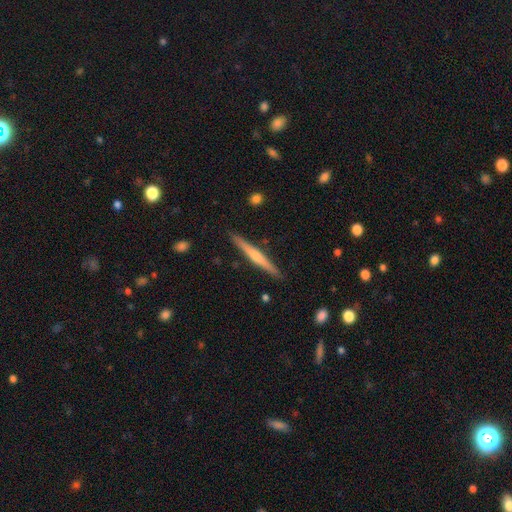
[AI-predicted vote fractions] A featured or disk galaxy (61%) viewed edge-on (98%) with a rounded central bulge (67%).

Vote fractions:
- Smooth or featured? featured or disk: 61% / smooth: 33% / star or artifact: 6%
- Edge-on disk? yes: 98% / no: 2%
- Edge-on bulge? rounded: 67% / none: 25% / boxy: 8%
- Merging? none: 91% / minor disturbance: 7% / major disturbance: 1% / merger: 1%